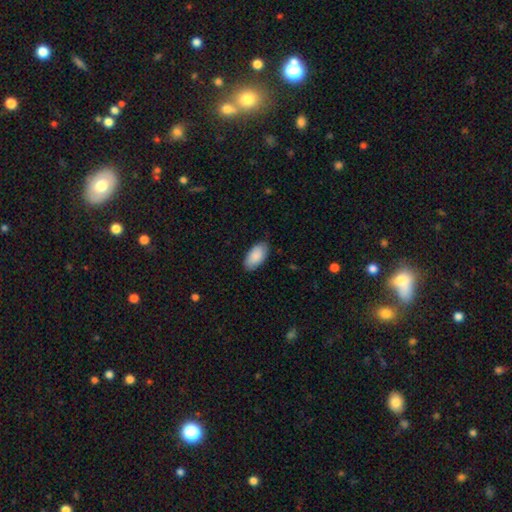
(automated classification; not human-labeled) smooth_or_featured: smooth (p=0.89) [alt: featured or disk p=0.06]
how_rounded: in between (p=0.96) [alt: round p=0.02]
merging: none (p=0.83) [alt: minor disturbance p=0.13]